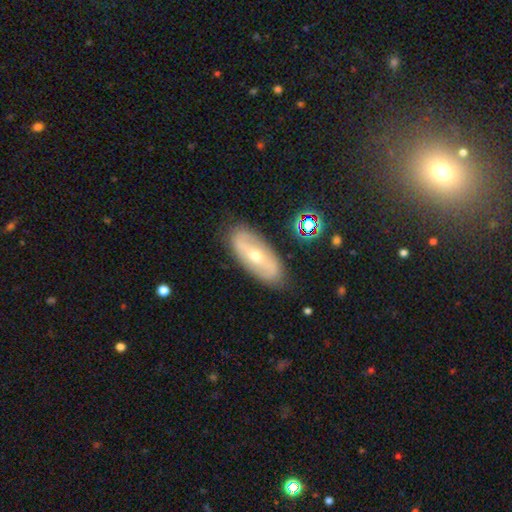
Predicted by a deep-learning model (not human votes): The model was most divided on "bar": no: 39%, weak: 33%, strong: 27%. More confident: edge-on disk — no (85%); merging — none (82%); smooth or featured — featured or disk (65%); spiral arms — yes (59%); bulge size — moderate (58%).